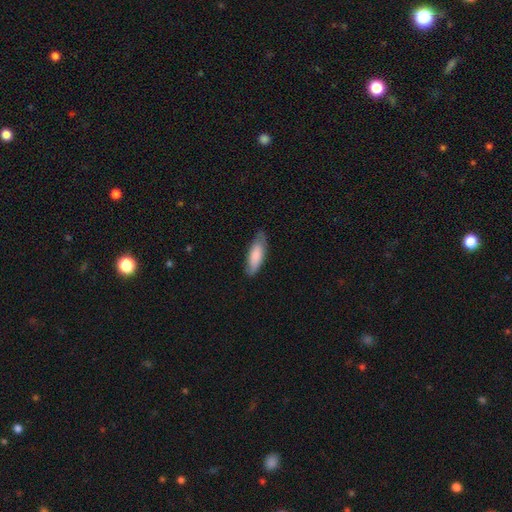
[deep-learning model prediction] Q: Smooth or featured?
A: smooth (80%); runner-up: featured or disk (15%)
Q: How rounded?
A: in between (57%); runner-up: cigar-shaped (41%)
Q: Merging?
A: none (76%); runner-up: minor disturbance (20%)